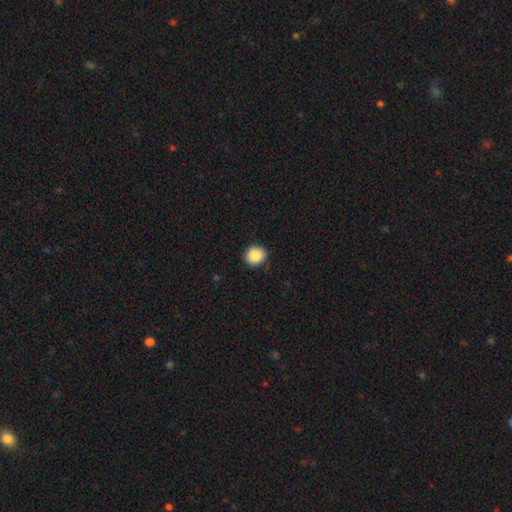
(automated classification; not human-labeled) Q: Smooth or featured?
A: smooth (88%); runner-up: star or artifact (8%)
Q: How rounded?
A: round (83%); runner-up: in between (17%)
Q: Merging?
A: none (89%); runner-up: minor disturbance (8%)